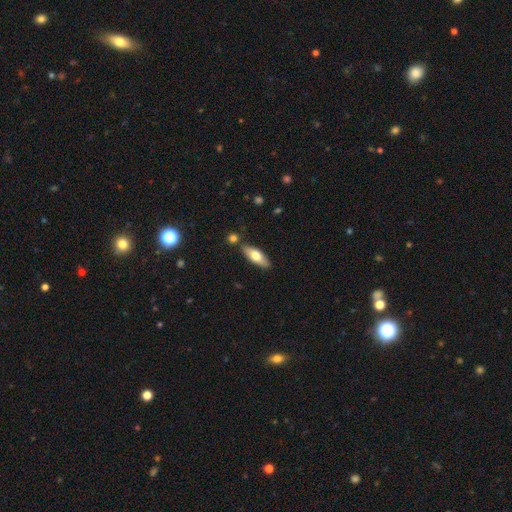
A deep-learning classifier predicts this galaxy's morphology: A smooth galaxy with no disk features (67%) that is in between round and cigar-shaped (67%). Merging: none (80%).